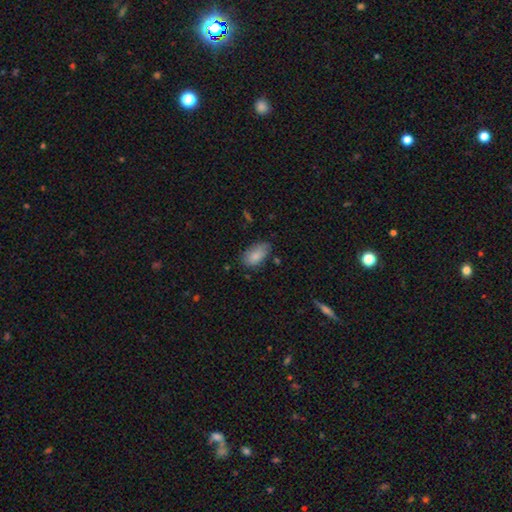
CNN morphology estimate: smooth_or_featured: smooth (p=0.85) [alt: featured or disk p=0.08]
how_rounded: in between (p=0.93) [alt: round p=0.04]
merging: none (p=0.67) [alt: minor disturbance p=0.26]